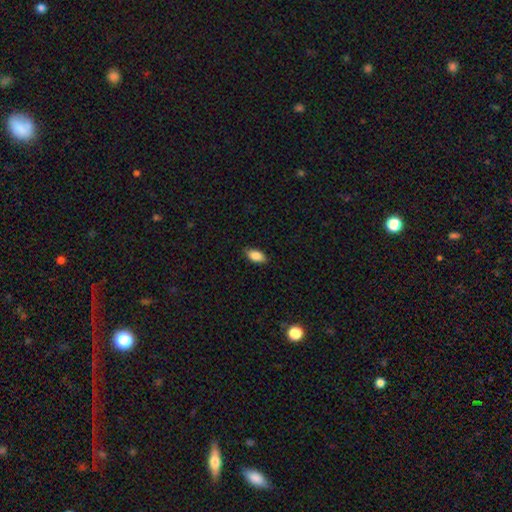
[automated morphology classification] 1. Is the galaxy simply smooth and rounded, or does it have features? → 86% smooth, 7% star or artifact, 7% featured or disk.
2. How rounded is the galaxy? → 91% in between, 6% cigar-shaped, 4% round.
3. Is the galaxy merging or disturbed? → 86% none, 11% minor disturbance, 2% major disturbance, 1% merger.